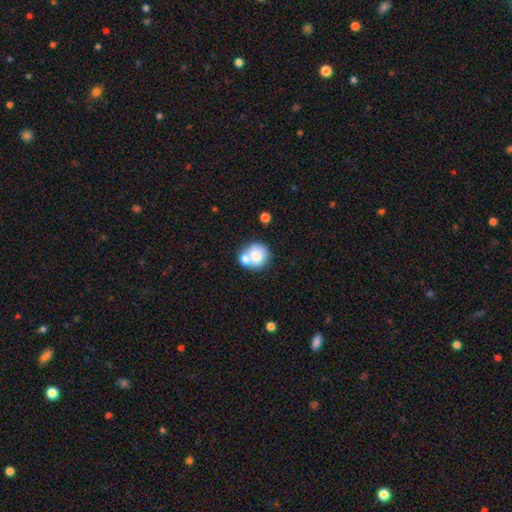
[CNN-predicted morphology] This appears to be a smooth galaxy with no disk features (72%) that is round (82%). Merging: none (44%).